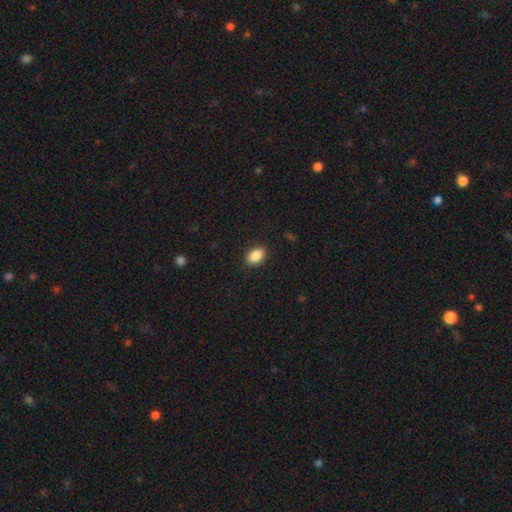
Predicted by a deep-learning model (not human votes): Smooth or featured? smooth (89%)
How rounded? in between (84%)
Merging? none (89%)